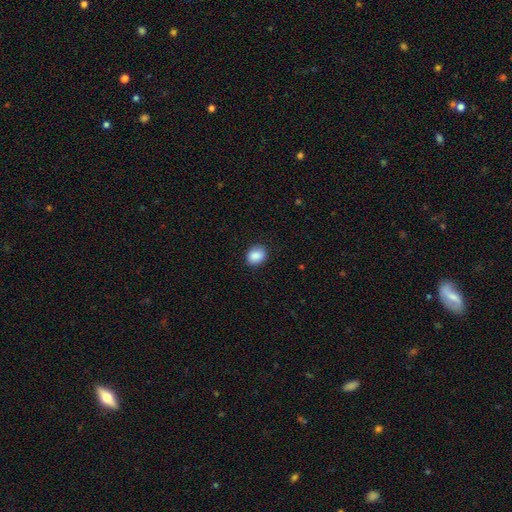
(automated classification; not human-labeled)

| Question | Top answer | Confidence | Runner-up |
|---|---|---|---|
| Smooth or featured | smooth | 88% | star or artifact (8%) |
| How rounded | round | 51% | in between (48%) |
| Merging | none | 86% | minor disturbance (10%) |